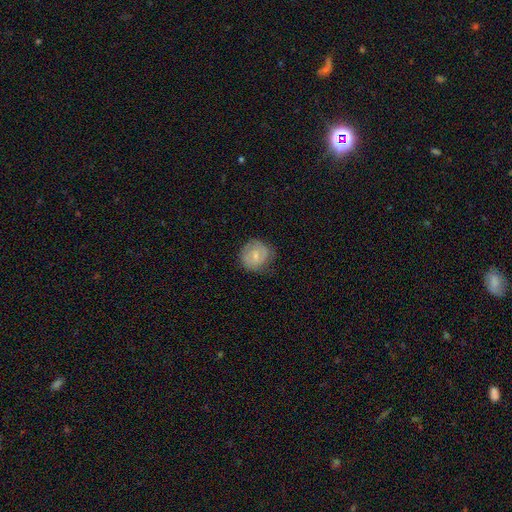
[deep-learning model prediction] The model was most divided on "smooth or featured": featured or disk: 50%, smooth: 43%, star or artifact: 7%. More confident: merging — none (71%).